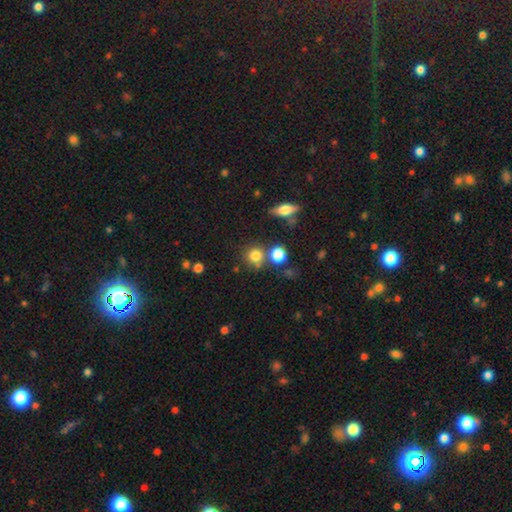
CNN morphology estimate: The model was most divided on "merging": none: 67%, merger: 19%, minor disturbance: 10%, major disturbance: 4%. More confident: how rounded — round (87%); smooth or featured — smooth (79%).